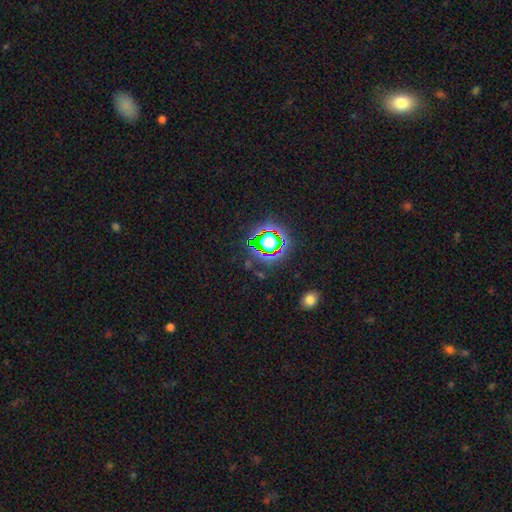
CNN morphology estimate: A star or artifact, not a galaxy (77%).

Vote fractions:
- Smooth or featured? star or artifact: 77% / smooth: 15% / featured or disk: 8%